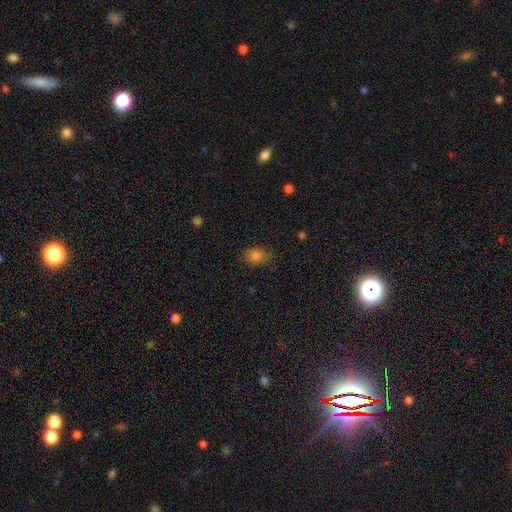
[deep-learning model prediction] smooth_or_featured: smooth (p=0.83) [alt: star or artifact p=0.12]
how_rounded: in between (p=0.68) [alt: round p=0.30]
merging: none (p=0.77) [alt: minor disturbance p=0.17]